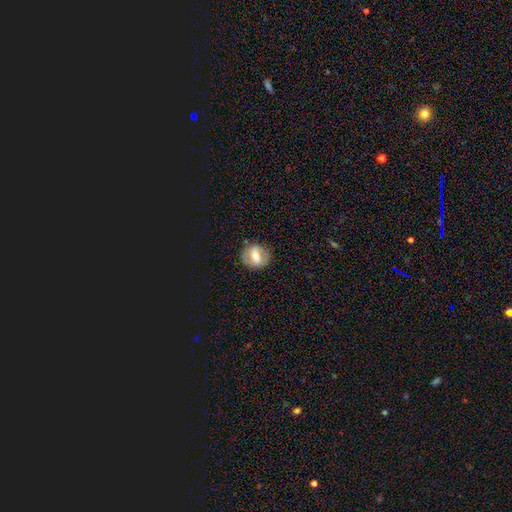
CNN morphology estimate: smooth-or-featured: featured or disk: 55% | smooth: 38% | star or artifact: 7%
  disk-edge-on: no: 94% | yes: 6%
    bar: strong: 44% | weak: 36% | no: 20%
    has-spiral-arms: no: 57% | yes: 43%
    bulge-size: moderate: 71% | small: 17% | large: 9% | dominant: 1% | none: 1%
  merging: none: 82% | minor disturbance: 13% | major disturbance: 4% | merger: 1%